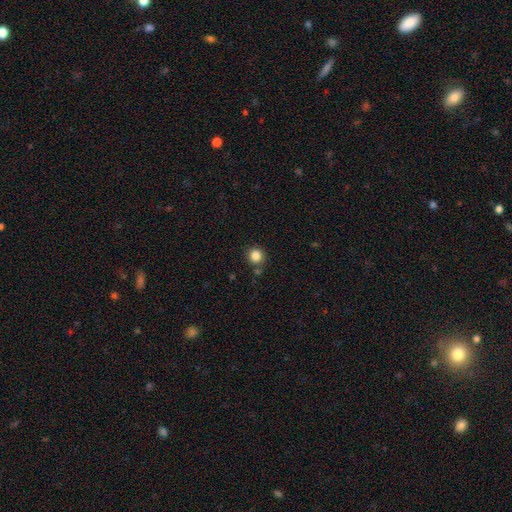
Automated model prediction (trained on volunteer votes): Smooth or featured?
  - smooth: 85% *
  - star or artifact: 11%
  - featured or disk: 4%
How rounded?
  - round: 92% *
  - in between: 8%
  - cigar-shaped: 1%
Merging?
  - none: 80% *
  - minor disturbance: 10%
  - merger: 7%
  - major disturbance: 3%